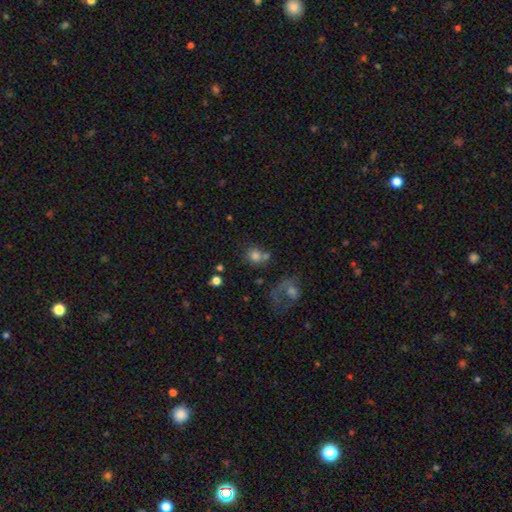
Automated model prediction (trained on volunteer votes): Q: Smooth or featured?
A: smooth (74%); runner-up: star or artifact (14%)
Q: How rounded?
A: round (81%); runner-up: in between (18%)
Q: Merging?
A: none (51%); runner-up: merger (27%)